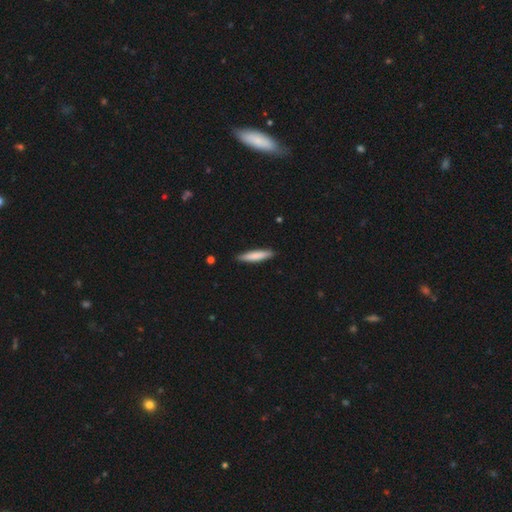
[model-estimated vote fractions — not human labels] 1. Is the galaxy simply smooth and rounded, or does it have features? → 79% smooth, 16% featured or disk, 5% star or artifact.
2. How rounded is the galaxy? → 88% cigar-shaped, 11% in between, 1% round.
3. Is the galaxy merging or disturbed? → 89% none, 8% minor disturbance, 1% major disturbance, 1% merger.